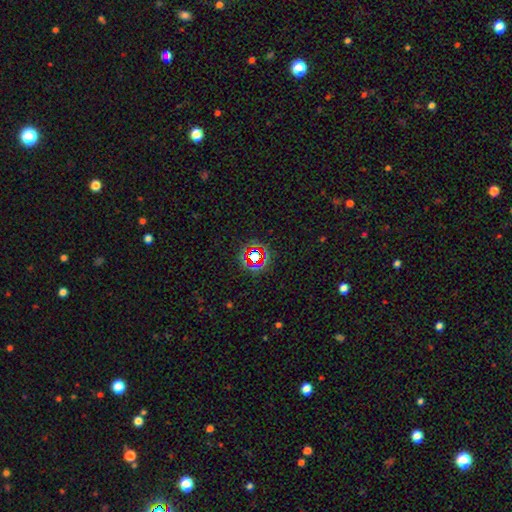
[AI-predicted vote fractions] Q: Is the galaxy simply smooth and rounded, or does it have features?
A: star or artifact — 67%.